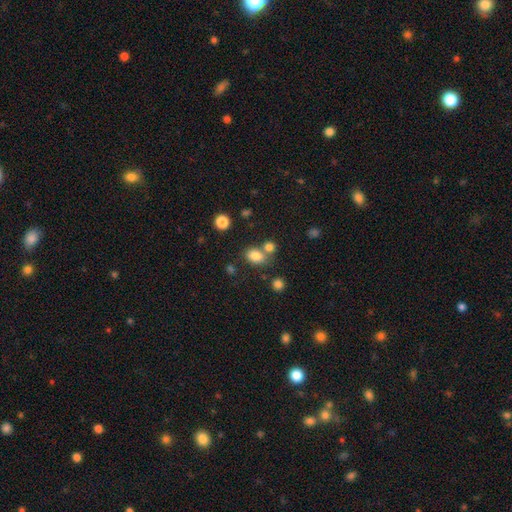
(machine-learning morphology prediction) smooth-or-featured: smooth: 81% | star or artifact: 12% | featured or disk: 7%
  how-rounded: in between: 71% | round: 28% | cigar-shaped: 1%
  merging: none: 56% | merger: 28% | minor disturbance: 11% | major disturbance: 4%